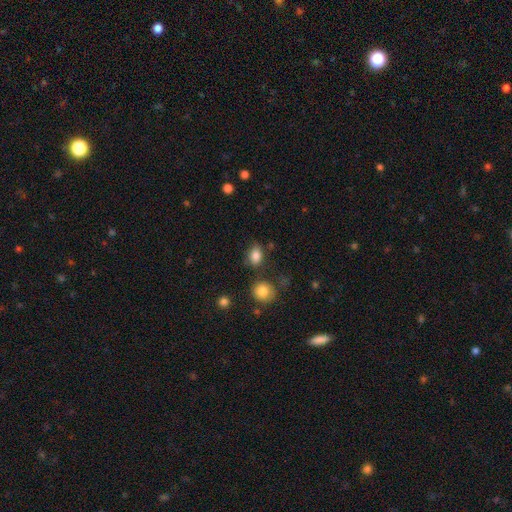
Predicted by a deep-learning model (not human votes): Smooth or featured? Predicted: smooth (p=0.84). How rounded? Predicted: in between (p=0.74). Merging? Predicted: none (p=0.73).